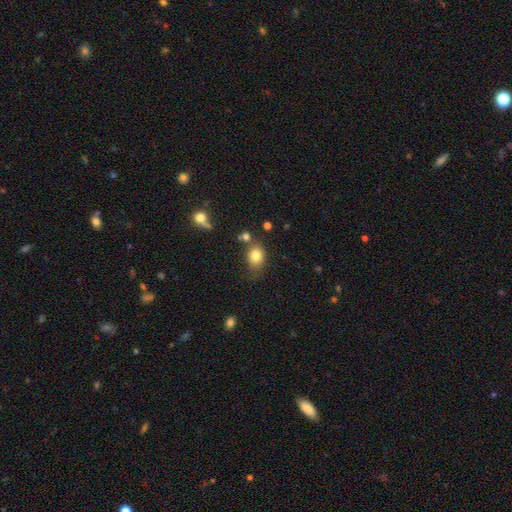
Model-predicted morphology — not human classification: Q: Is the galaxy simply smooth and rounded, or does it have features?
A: smooth — 81%.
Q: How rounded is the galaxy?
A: in between — 59%.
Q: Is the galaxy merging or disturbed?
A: none — 65%.